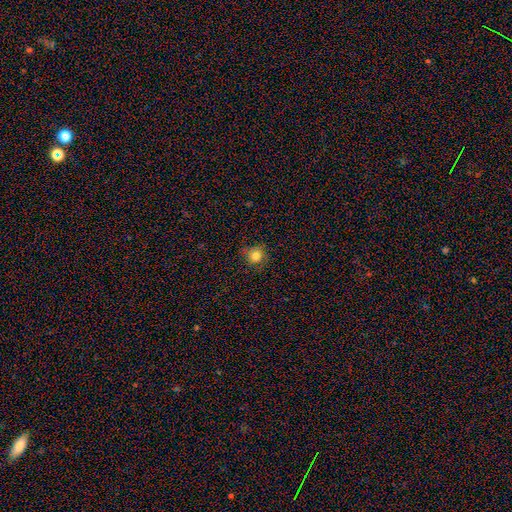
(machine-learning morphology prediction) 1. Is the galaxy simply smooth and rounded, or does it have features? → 76% smooth, 13% star or artifact, 12% featured or disk.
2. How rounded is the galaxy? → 88% round, 11% in between, 1% cigar-shaped.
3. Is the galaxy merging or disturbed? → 79% none, 15% minor disturbance, 5% major disturbance, 1% merger.